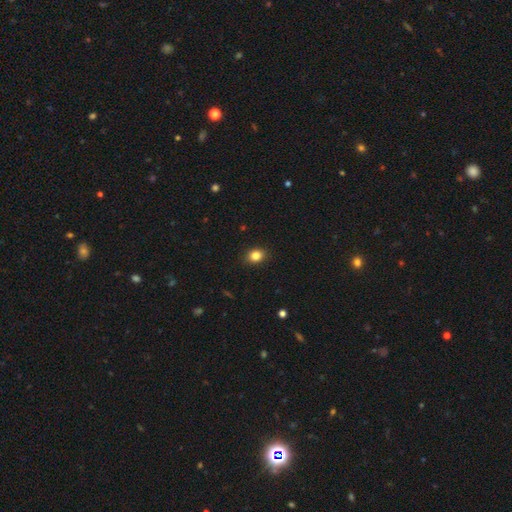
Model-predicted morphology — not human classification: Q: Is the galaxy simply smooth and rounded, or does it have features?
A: smooth — 84%.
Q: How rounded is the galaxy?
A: round — 53%.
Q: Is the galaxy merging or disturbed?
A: none — 89%.